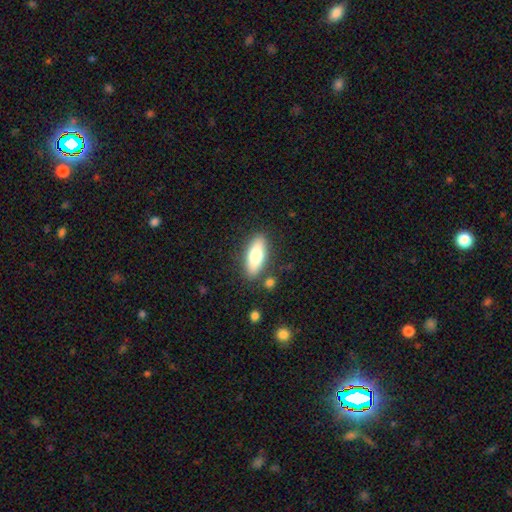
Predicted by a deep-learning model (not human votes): Smooth or featured? smooth (70%)
How rounded? in between (69%)
Merging? none (84%)